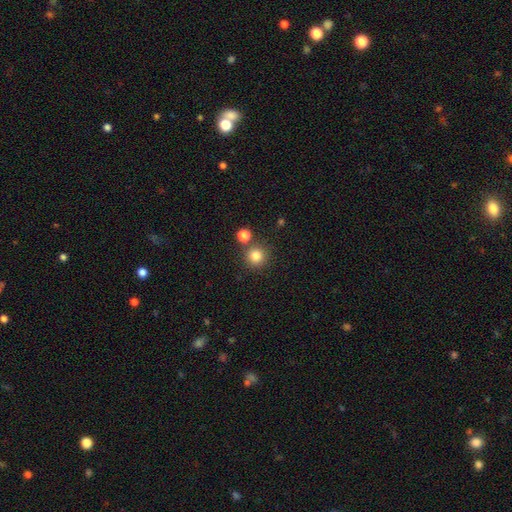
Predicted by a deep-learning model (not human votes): A smooth galaxy with no disk features (81%) that is round (94%). Merging: none (79%).